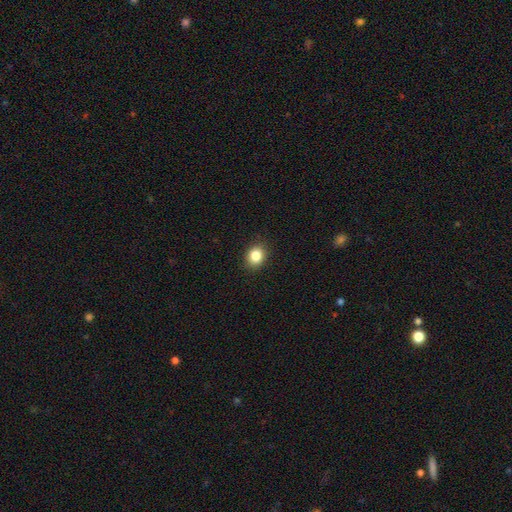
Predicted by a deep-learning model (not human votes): Q: Smooth or featured?
A: smooth (85%); runner-up: star or artifact (10%)
Q: How rounded?
A: round (62%); runner-up: in between (37%)
Q: Merging?
A: none (89%); runner-up: minor disturbance (8%)